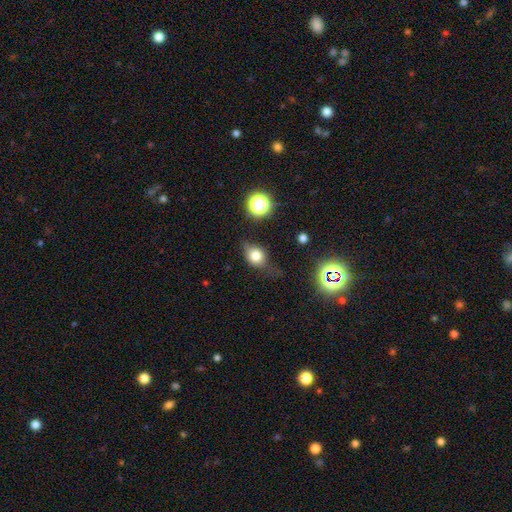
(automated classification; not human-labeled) smooth-or-featured: smooth: 67% | featured or disk: 18% | star or artifact: 14%
  how-rounded: round: 52% | in between: 45% | cigar-shaped: 2%
  merging: none: 55% | minor disturbance: 30% | major disturbance: 12% | merger: 3%